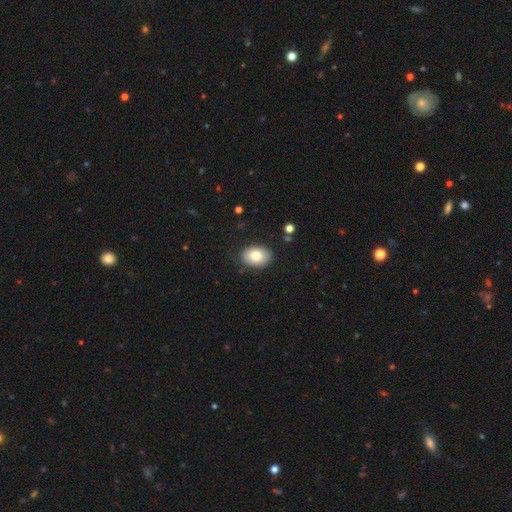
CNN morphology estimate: smooth 81%, featured or disk 11%, star or artifact 8%. Down the decision tree: how rounded — in between (78%); merging — none (84%).